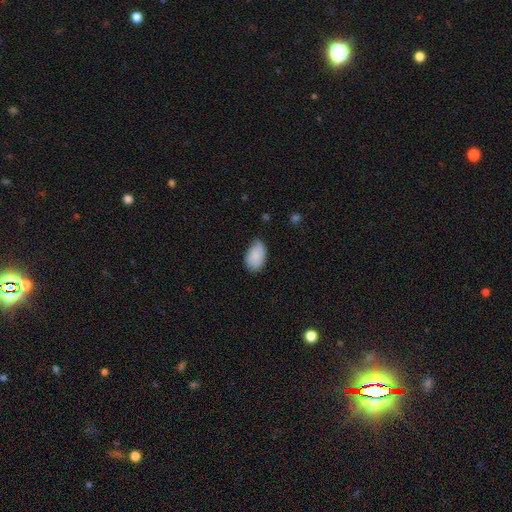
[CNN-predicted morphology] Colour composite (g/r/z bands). It shows a smooth galaxy with no disk features (83%) that is in between round and cigar-shaped (92%). Merging: none (62%).